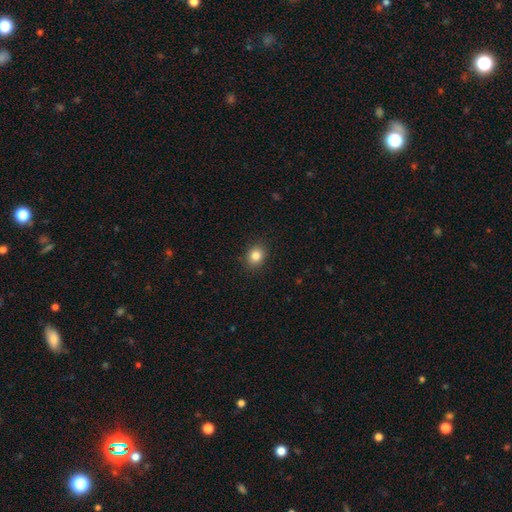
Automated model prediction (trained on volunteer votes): A smooth galaxy with no disk features (84%) that is round (65%). Merging: none (89%).